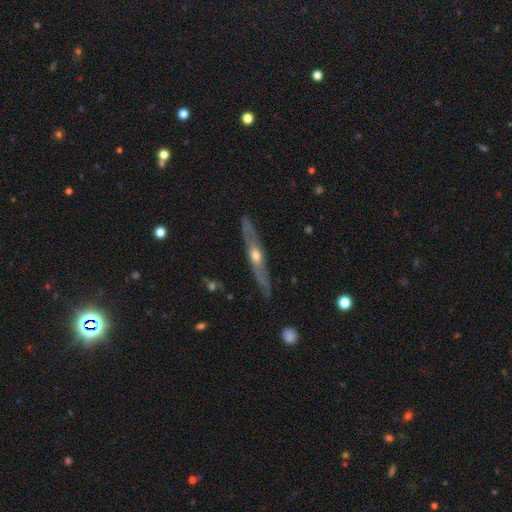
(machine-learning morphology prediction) This is likely a featured or disk galaxy (73%). It is clearly viewed edge-on (84%). Edge-on bulge: clearly rounded (83%). Merging: clearly none (83%).